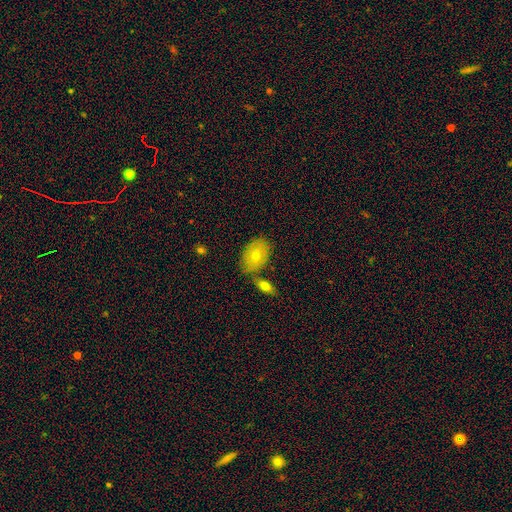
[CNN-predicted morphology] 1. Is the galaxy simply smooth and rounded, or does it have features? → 68% smooth, 24% featured or disk, 8% star or artifact.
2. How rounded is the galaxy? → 85% in between, 13% round, 2% cigar-shaped.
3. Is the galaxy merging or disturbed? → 67% none, 16% merger, 13% minor disturbance, 3% major disturbance.